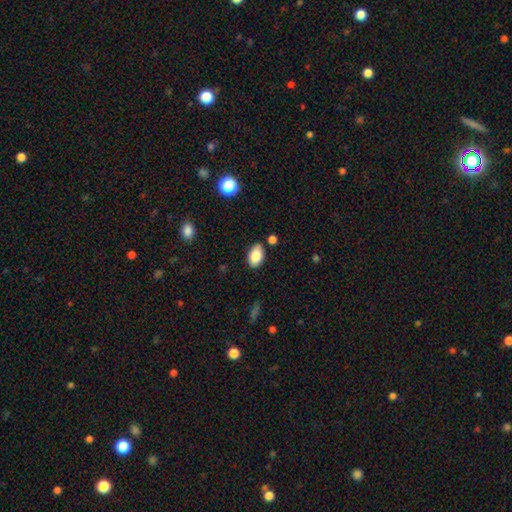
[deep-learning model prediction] smooth 85%, featured or disk 8%, star or artifact 8%. Down the decision tree: how rounded — in between (91%); merging — none (80%).